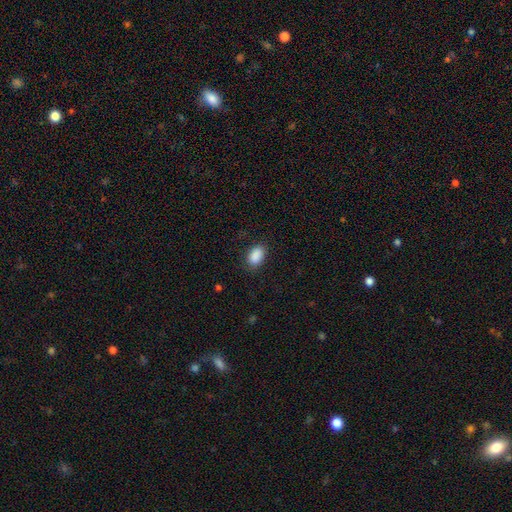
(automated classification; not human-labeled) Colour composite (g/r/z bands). It shows a smooth galaxy with no disk features (89%) that is in between round and cigar-shaped (89%). Merging: none (84%).